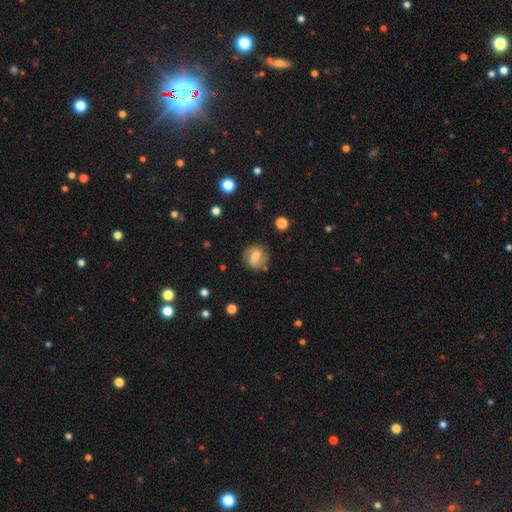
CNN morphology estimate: featured or disk 49%, smooth 43%, star or artifact 9%. Down the decision tree: merging — none (79%).